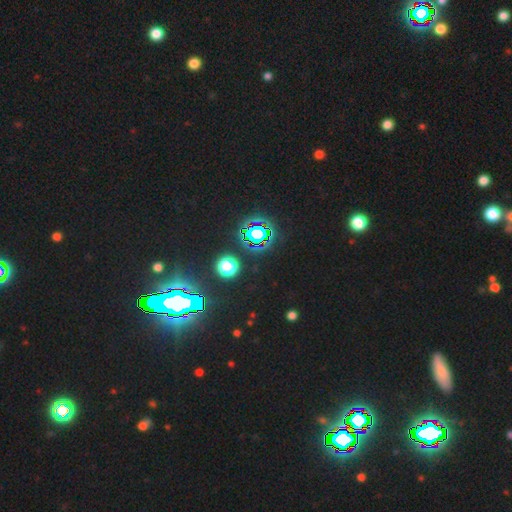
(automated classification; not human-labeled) smooth-or-featured: star or artifact: 84% | smooth: 10% | featured or disk: 6%